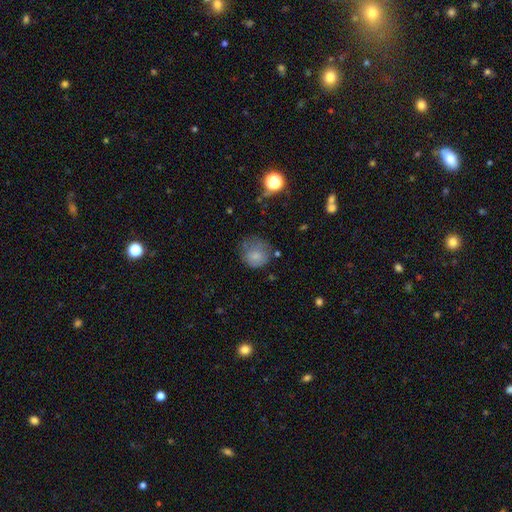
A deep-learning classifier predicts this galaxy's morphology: smooth-or-featured: smooth: 75% | featured or disk: 15% | star or artifact: 10%
  how-rounded: round: 80% | in between: 19% | cigar-shaped: 1%
  merging: none: 52% | minor disturbance: 29% | major disturbance: 16% | merger: 3%